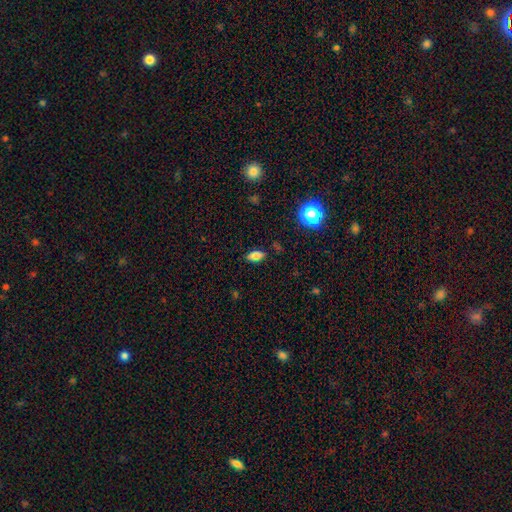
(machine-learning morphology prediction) Smooth or featured? Predicted: smooth (p=0.76). How rounded? Predicted: in between (p=0.83). Merging? Predicted: none (p=0.84).